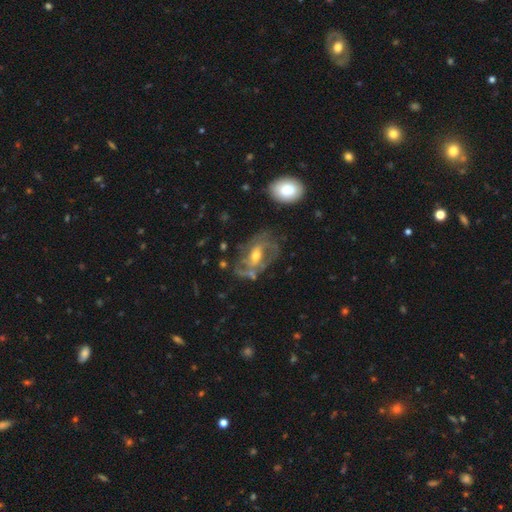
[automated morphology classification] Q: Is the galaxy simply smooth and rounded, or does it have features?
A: featured or disk — 77%.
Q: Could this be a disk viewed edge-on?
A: no — 95%.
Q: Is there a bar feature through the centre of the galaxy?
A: weak — 42%.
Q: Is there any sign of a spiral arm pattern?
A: yes — 79%.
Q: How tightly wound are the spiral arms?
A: medium — 44%.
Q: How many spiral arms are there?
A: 2 — 54%.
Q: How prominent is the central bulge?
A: moderate — 62%.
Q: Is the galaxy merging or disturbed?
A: none — 53%.